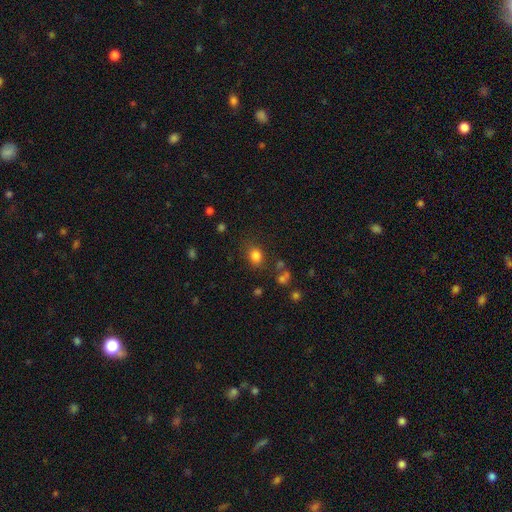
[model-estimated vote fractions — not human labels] smooth-or-featured: smooth: 81% | star or artifact: 13% | featured or disk: 6%
  how-rounded: in between: 50% | round: 49% | cigar-shaped: 1%
  merging: none: 76% | minor disturbance: 14% | major disturbance: 5% | merger: 4%